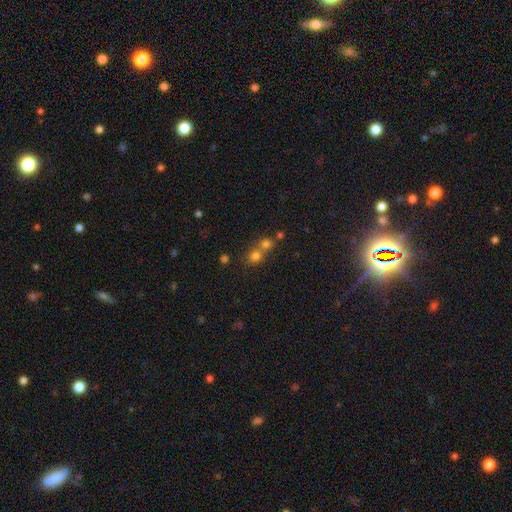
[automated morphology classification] Q: Smooth or featured?
A: smooth (72%); runner-up: star or artifact (17%)
Q: How rounded?
A: round (80%); runner-up: in between (19%)
Q: Merging?
A: merger (52%); runner-up: none (40%)